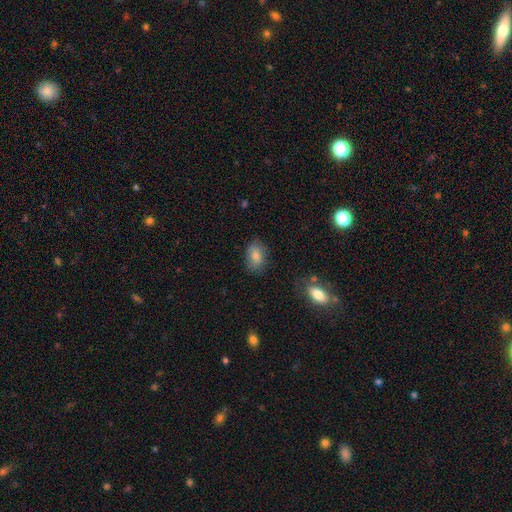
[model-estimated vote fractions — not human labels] Smooth or featured: smooth — 82% (featured or disk — 9%)
How rounded: in between — 83% (round — 15%)
Merging: none — 79% (minor disturbance — 15%)